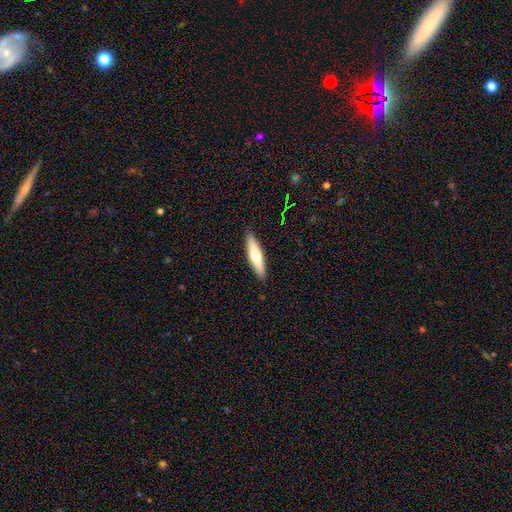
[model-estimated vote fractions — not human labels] A smooth galaxy with no disk features (57%) that is cigar-shaped (74%). Merging: none (90%).